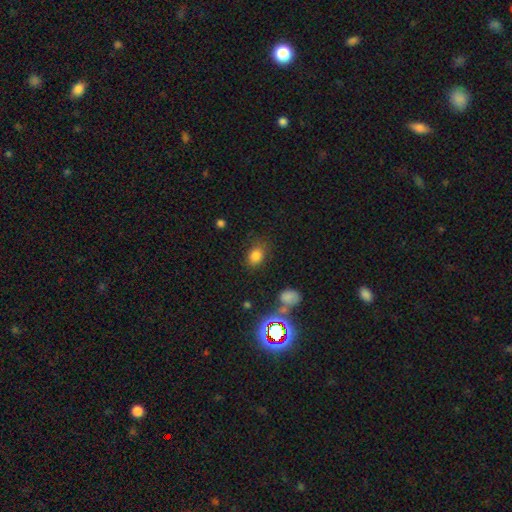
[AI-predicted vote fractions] A smooth galaxy with no disk features (78%) that is in between round and cigar-shaped (63%). Merging: none (76%).